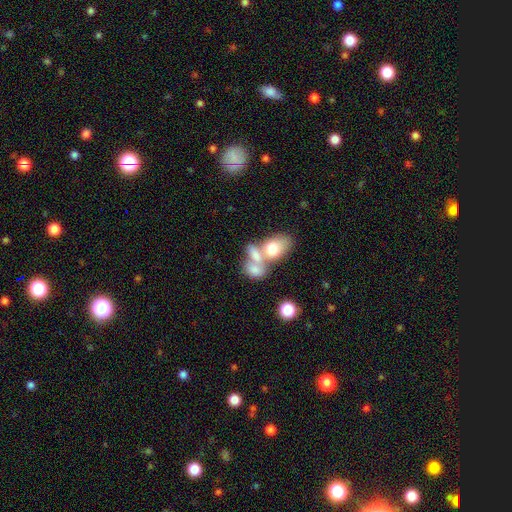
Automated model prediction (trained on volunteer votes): Morphology: type=smooth (69%); roundness=in between (84%); merging=merger (69%).